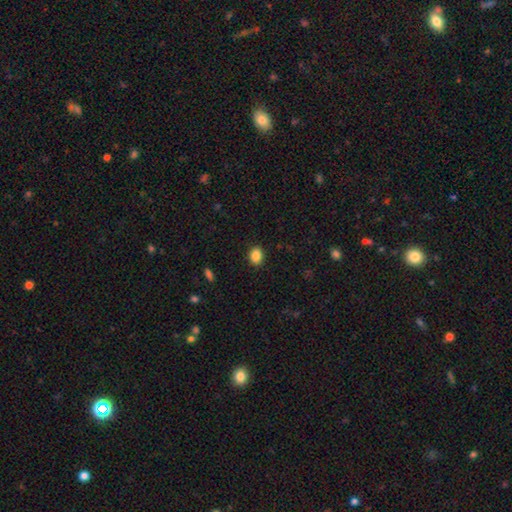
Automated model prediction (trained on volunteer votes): A smooth galaxy with no disk features (87%) that is in between round and cigar-shaped (63%).

Vote fractions:
- Smooth or featured? smooth: 87% / star or artifact: 9% / featured or disk: 4%
- How rounded? in between: 63% / round: 36% / cigar-shaped: 1%
- Merging? none: 89% / minor disturbance: 8% / major disturbance: 2% / merger: 1%